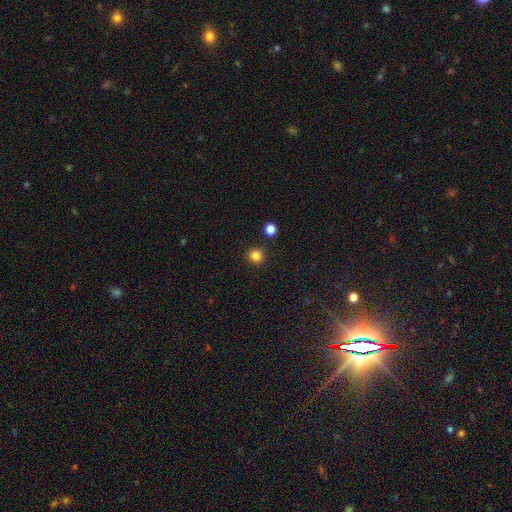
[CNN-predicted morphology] Smooth or featured?
  - smooth: 84% *
  - star or artifact: 12%
  - featured or disk: 4%
How rounded?
  - round: 93% *
  - in between: 6%
  - cigar-shaped: 1%
Merging?
  - none: 89% *
  - minor disturbance: 6%
  - merger: 3%
  - major disturbance: 2%